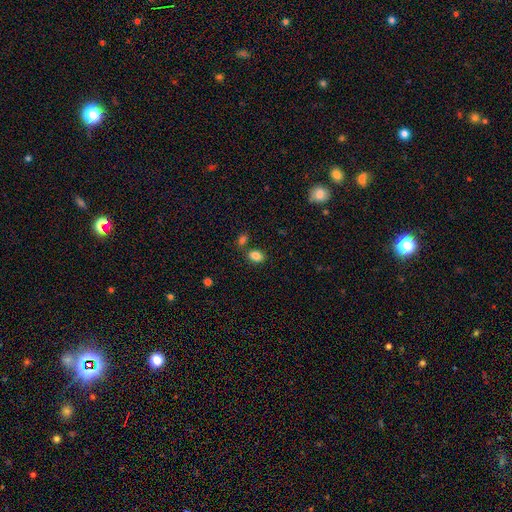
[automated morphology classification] smooth 85%, star or artifact 10%, featured or disk 5%. Down the decision tree: how rounded — in between (78%); merging — none (73%).